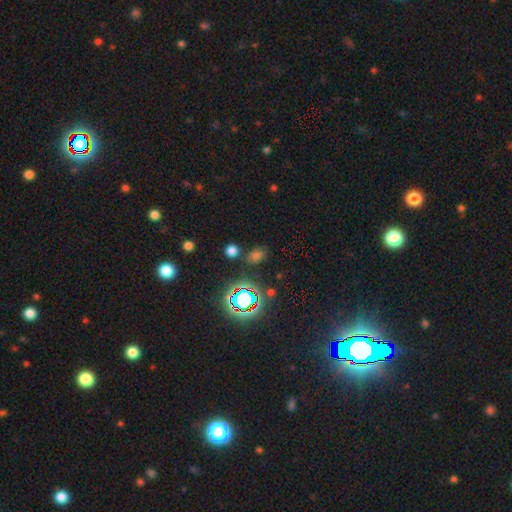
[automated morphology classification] type=smooth (54%); roundness=in between (61%); merging=none (76%).